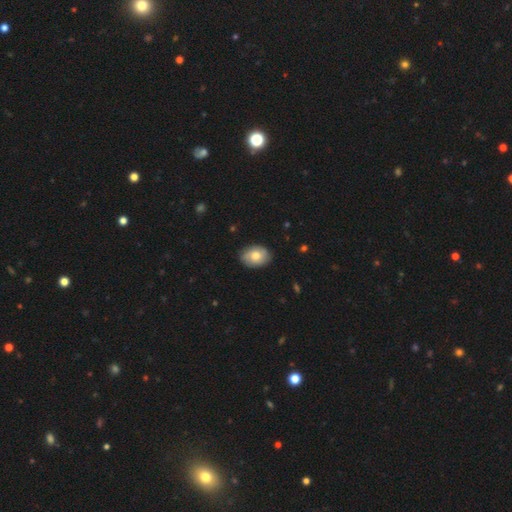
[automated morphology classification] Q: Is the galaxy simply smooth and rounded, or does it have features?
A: smooth — 67%.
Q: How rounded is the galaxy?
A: in between — 74%.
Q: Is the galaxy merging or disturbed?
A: none — 83%.